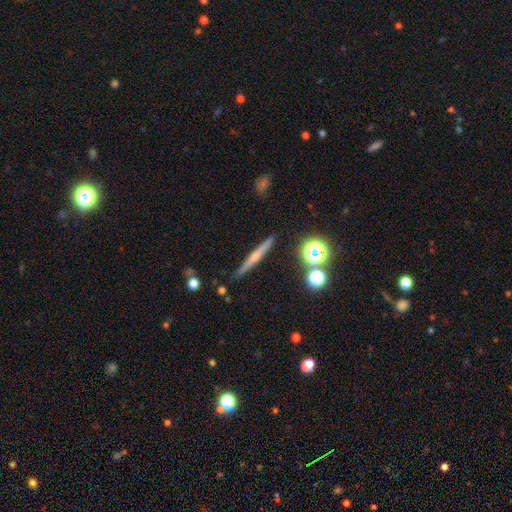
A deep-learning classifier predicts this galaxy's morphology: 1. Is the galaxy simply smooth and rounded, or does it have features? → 56% featured or disk, 33% smooth, 11% star or artifact.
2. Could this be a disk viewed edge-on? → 96% yes, 4% no.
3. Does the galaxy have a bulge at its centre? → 64% rounded, 30% none, 6% boxy.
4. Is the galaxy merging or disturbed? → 89% none, 7% minor disturbance, 2% merger, 2% major disturbance.